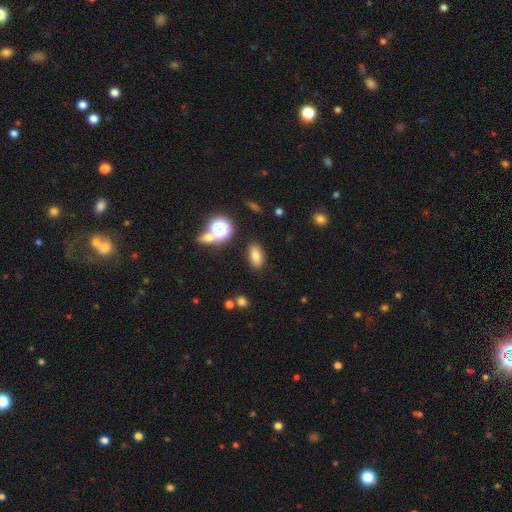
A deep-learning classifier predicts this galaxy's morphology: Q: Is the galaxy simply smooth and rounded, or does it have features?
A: smooth — 75%.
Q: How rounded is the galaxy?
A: in between — 85%.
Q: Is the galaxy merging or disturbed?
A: none — 85%.